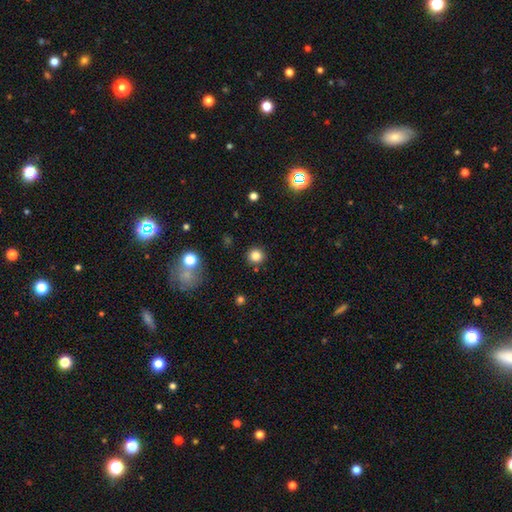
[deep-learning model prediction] Overall: smooth (83%). How rounded: round (95%). Merging: none (91%).